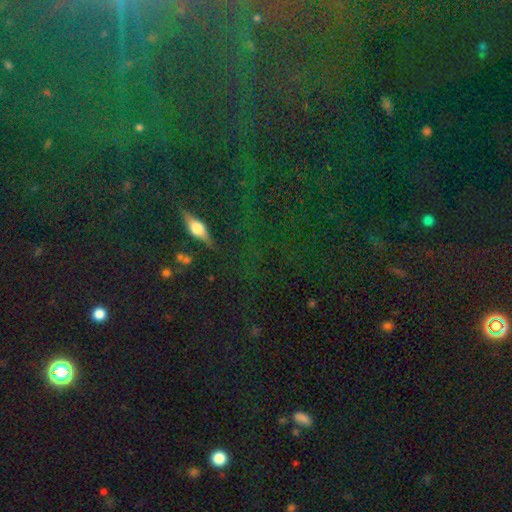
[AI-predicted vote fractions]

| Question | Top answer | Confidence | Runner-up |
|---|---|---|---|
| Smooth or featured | star or artifact | 62% | smooth (21%) |